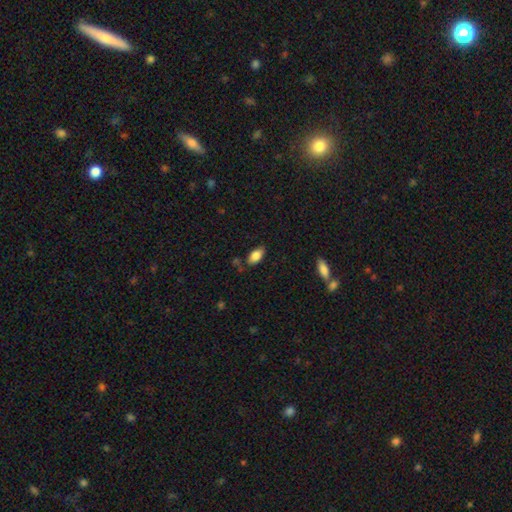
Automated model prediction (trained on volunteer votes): A smooth galaxy with no disk features (85%) that is in between round and cigar-shaped (92%).

Vote fractions:
- Smooth or featured? smooth: 85% / featured or disk: 8% / star or artifact: 7%
- How rounded? in between: 92% / cigar-shaped: 5% / round: 3%
- Merging? none: 78% / minor disturbance: 15% / merger: 4% / major disturbance: 3%